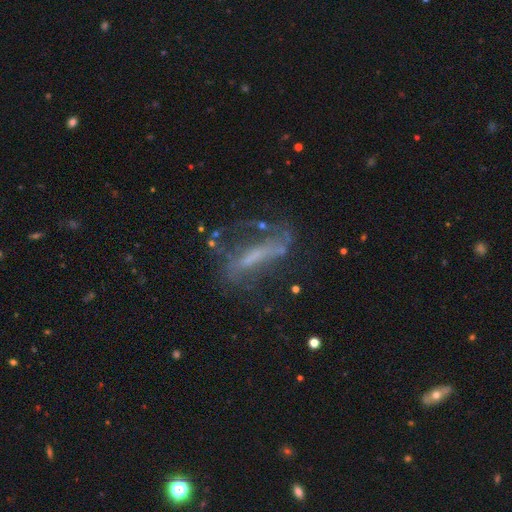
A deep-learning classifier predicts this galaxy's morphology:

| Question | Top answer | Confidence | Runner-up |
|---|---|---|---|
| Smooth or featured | featured or disk | 66% | smooth (20%) |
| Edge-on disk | no | 73% | yes (27%) |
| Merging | none | 47% | major disturbance (28%) |